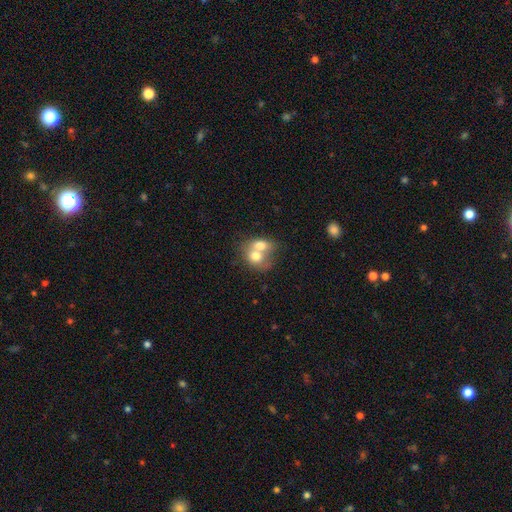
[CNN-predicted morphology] smooth_or_featured: smooth (p=0.69) [alt: featured or disk p=0.23]
how_rounded: in between (p=0.50) [alt: round p=0.49]
merging: merger (p=0.74) [alt: none p=0.16]